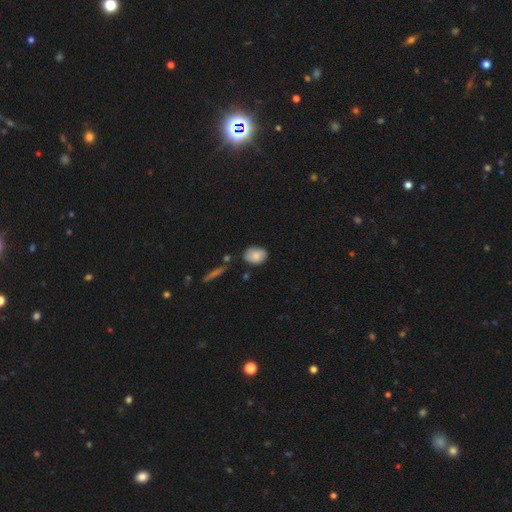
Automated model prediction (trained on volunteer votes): Smooth or featured? smooth (79%)
How rounded? in between (69%)
Merging? none (75%)